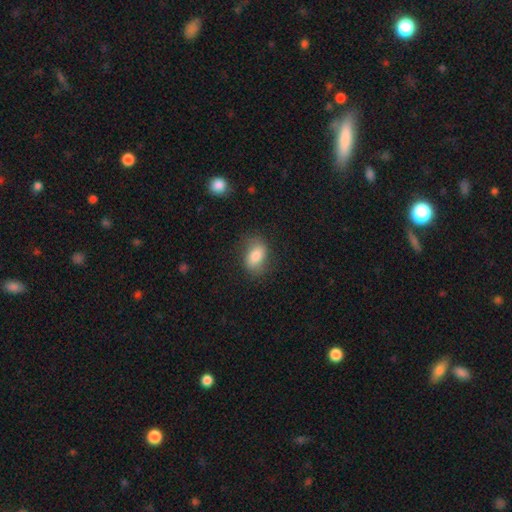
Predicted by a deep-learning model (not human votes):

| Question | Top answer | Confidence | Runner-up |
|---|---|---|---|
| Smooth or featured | smooth | 78% | featured or disk (15%) |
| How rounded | in between | 86% | round (12%) |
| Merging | none | 74% | minor disturbance (19%) |